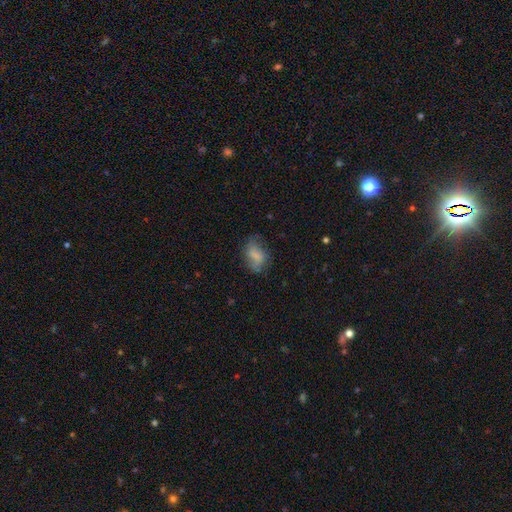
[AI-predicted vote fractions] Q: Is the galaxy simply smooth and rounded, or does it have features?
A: smooth — 66%.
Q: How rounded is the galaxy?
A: in between — 82%.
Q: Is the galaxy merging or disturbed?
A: none — 54%.